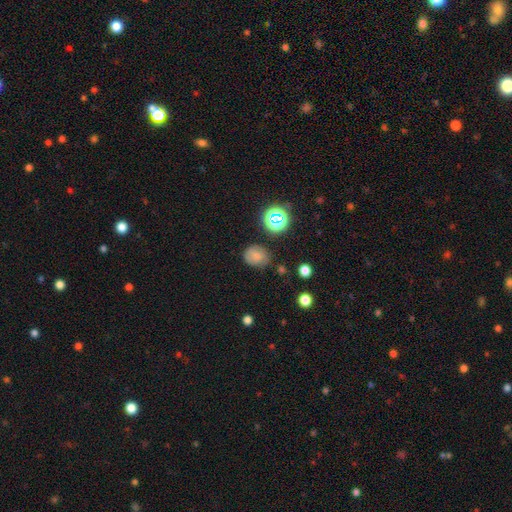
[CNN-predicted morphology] type=smooth (69%); roundness=round (63%); merging=none (72%).